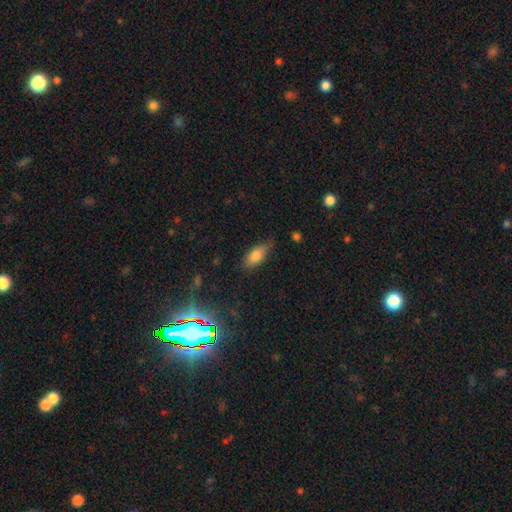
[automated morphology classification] This is likely a smooth galaxy (77%). How rounded: clearly in between (83%). Merging: likely none (71%).